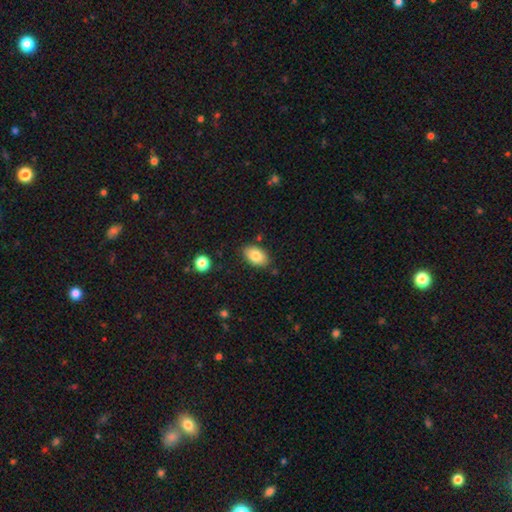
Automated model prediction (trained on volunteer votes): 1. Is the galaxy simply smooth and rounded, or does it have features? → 83% smooth, 9% featured or disk, 7% star or artifact.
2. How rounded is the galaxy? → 92% in between, 7% round, 1% cigar-shaped.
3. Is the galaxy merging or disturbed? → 84% none, 12% minor disturbance, 2% merger, 2% major disturbance.